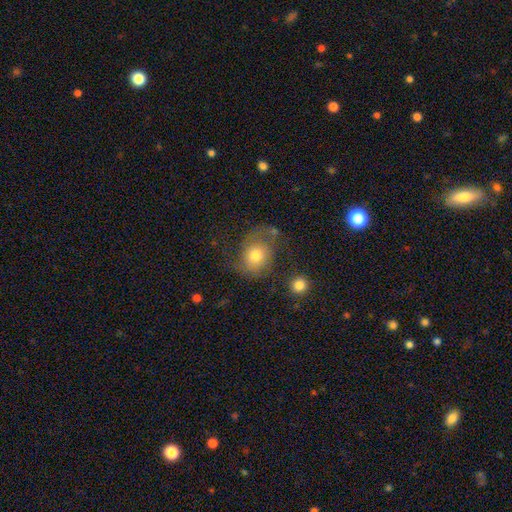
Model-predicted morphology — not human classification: Overall: smooth (57%; featured or disk 33%). How rounded: round (62%; in between 37%). Merging: none (47%; major disturbance 25%).